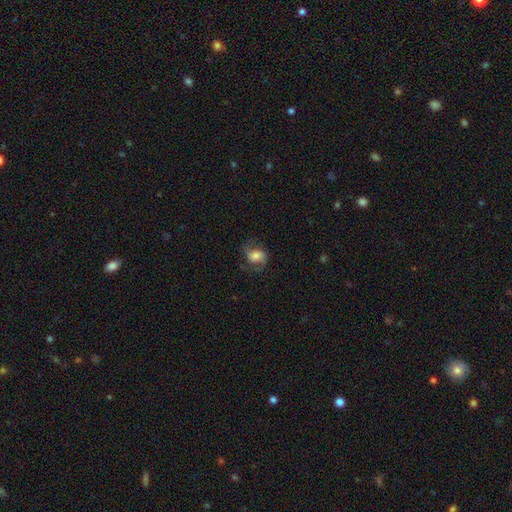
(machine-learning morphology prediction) This appears to be a featured or disk galaxy (51%). Merging: none (64%).